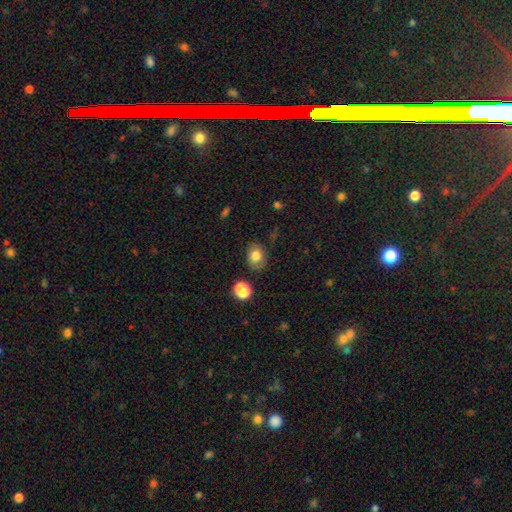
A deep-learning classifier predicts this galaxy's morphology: smooth_or_featured: smooth (p=0.78) [alt: featured or disk p=0.12]
how_rounded: in between (p=0.56) [alt: round p=0.43]
merging: none (p=0.82) [alt: minor disturbance p=0.13]